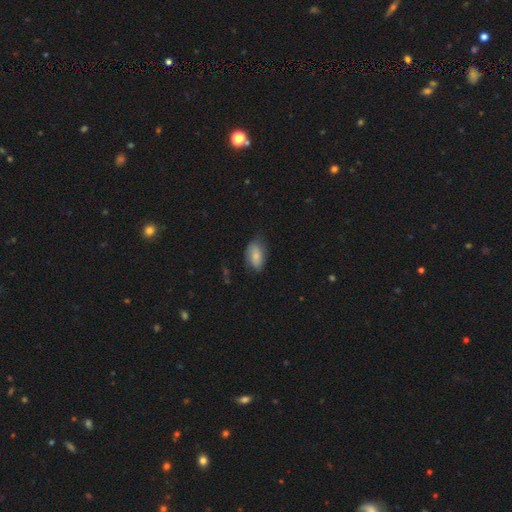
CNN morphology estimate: This is likely a smooth galaxy (75%). How rounded: clearly in between (91%). Merging: likely none (66%).